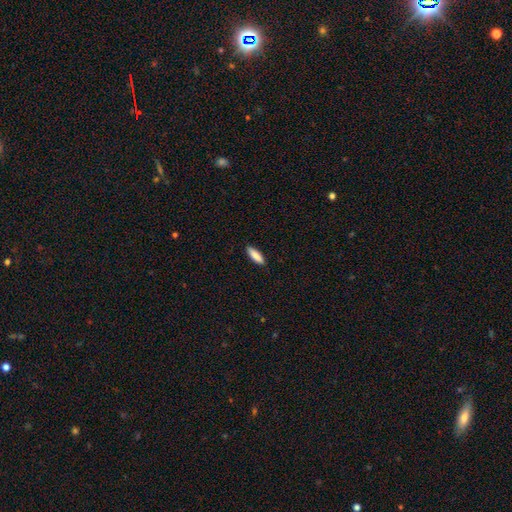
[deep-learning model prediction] smooth 88%, featured or disk 7%, star or artifact 6%. Down the decision tree: how rounded — cigar-shaped (53%); merging — none (89%).